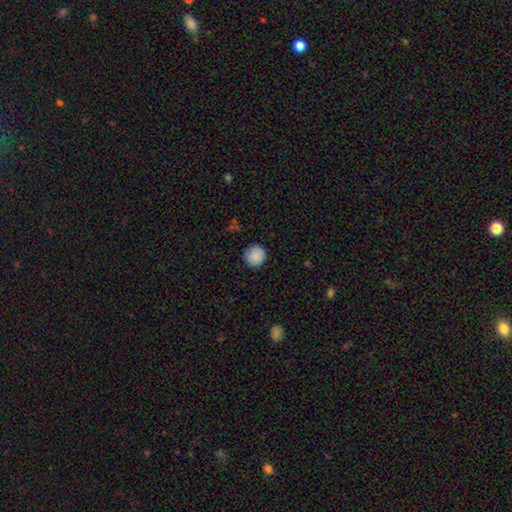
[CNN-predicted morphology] type=smooth (88%); roundness=round (93%); merging=none (88%).